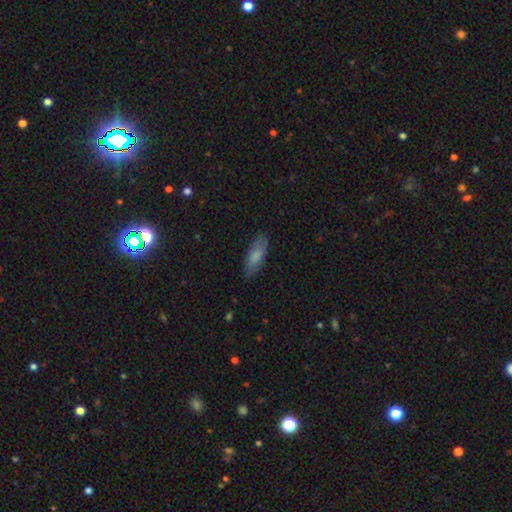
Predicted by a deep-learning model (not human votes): smooth-or-featured: smooth: 78% | featured or disk: 16% | star or artifact: 6%
  how-rounded: in between: 70% | cigar-shaped: 28% | round: 2%
  merging: none: 81% | minor disturbance: 15% | major disturbance: 3% | merger: 1%